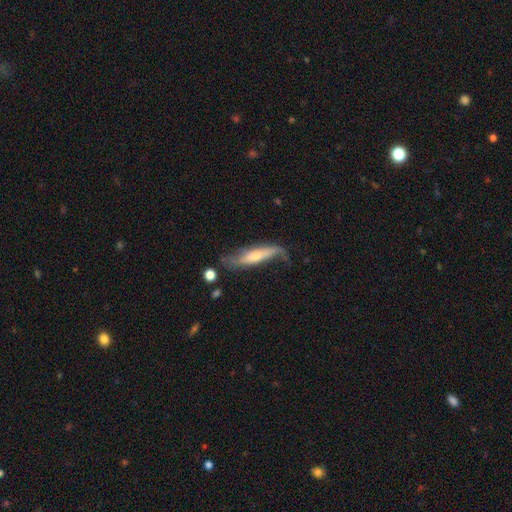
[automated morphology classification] The model was most divided on "edge-on disk": no: 52%, yes: 48%. Remaining: smooth or featured — featured or disk (62%); merging — none (45%).